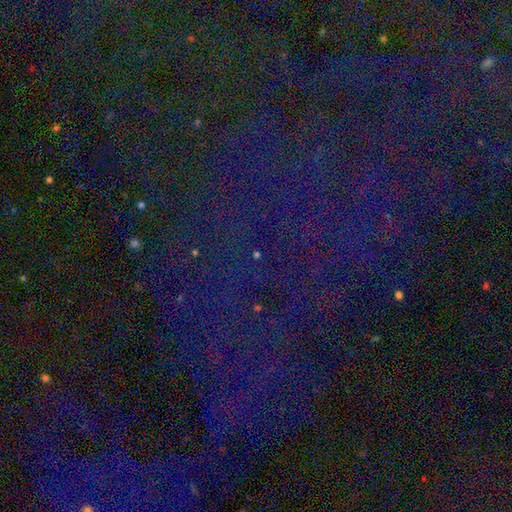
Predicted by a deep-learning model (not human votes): Morphology: type=star or artifact (81%).